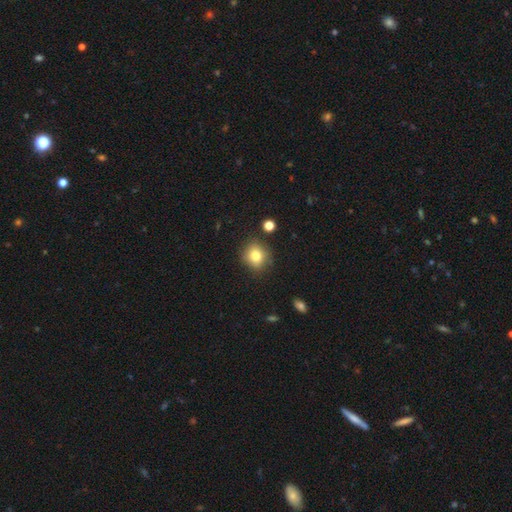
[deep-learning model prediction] A smooth galaxy with no disk features (79%) that is round (78%).

Vote fractions:
- Smooth or featured? smooth: 79% / star or artifact: 11% / featured or disk: 9%
- How rounded? round: 78% / in between: 21% / cigar-shaped: 1%
- Merging? none: 82% / minor disturbance: 12% / major disturbance: 3% / merger: 3%